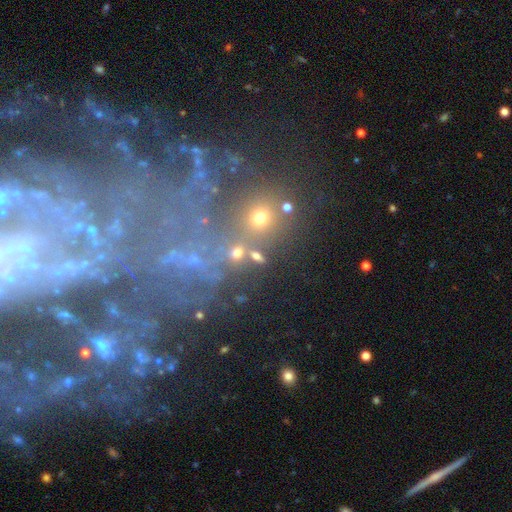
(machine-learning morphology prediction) smooth_or_featured: smooth (p=0.45) [alt: star or artifact p=0.31]
merging: none (p=0.64) [alt: merger p=0.14]